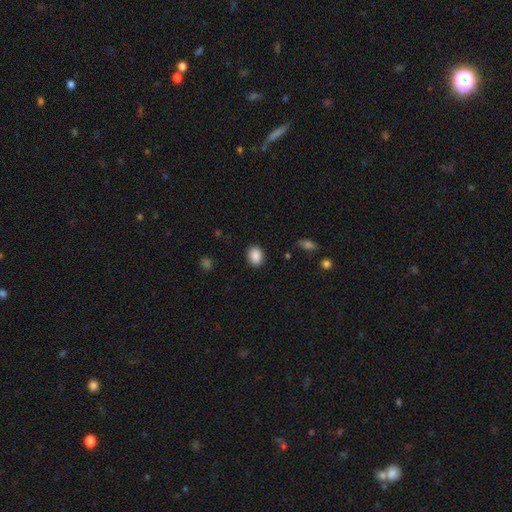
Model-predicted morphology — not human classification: The model was most divided on "how rounded": in between: 64%, round: 34%, cigar-shaped: 1%. More confident: smooth or featured — smooth (89%); merging — none (88%).